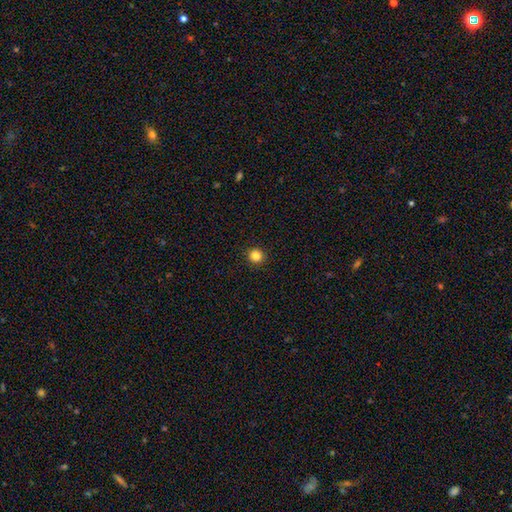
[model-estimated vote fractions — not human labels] A smooth galaxy with no disk features (84%) that is round (95%).

Vote fractions:
- Smooth or featured? smooth: 84% / star or artifact: 12% / featured or disk: 4%
- How rounded? round: 95% / in between: 4% / cigar-shaped: 1%
- Merging? none: 93% / minor disturbance: 4% / major disturbance: 2% / merger: 1%